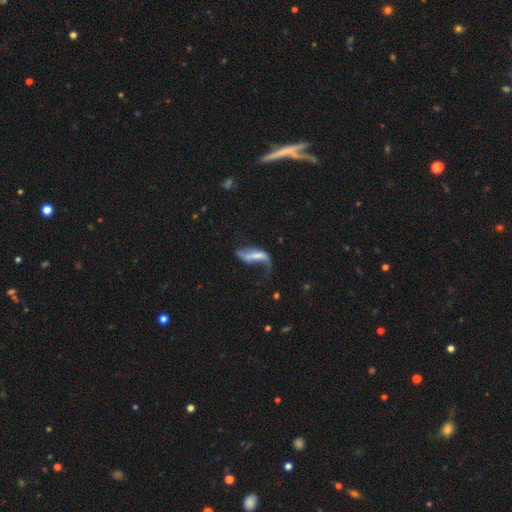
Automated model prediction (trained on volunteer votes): A featured or disk galaxy (56%). Merging: major disturbance (45%).